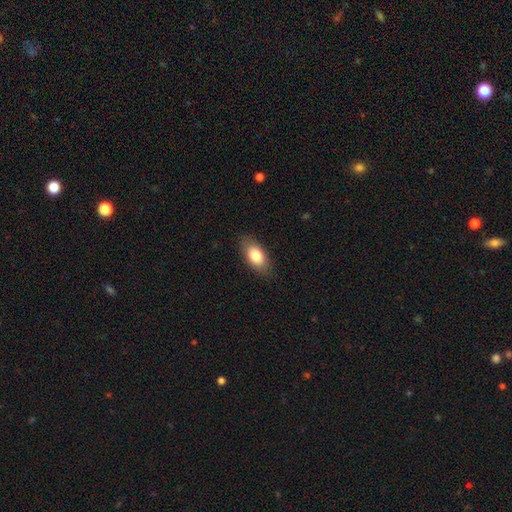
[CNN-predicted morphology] This appears to be a smooth galaxy with no disk features (81%) that is in between round and cigar-shaped (91%). Merging: none (85%).